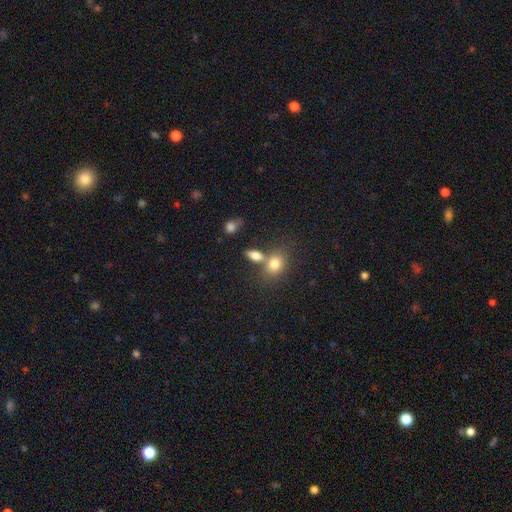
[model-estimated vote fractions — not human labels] Smooth or featured? smooth (78%)
How rounded? in between (73%)
Merging? none (51%)